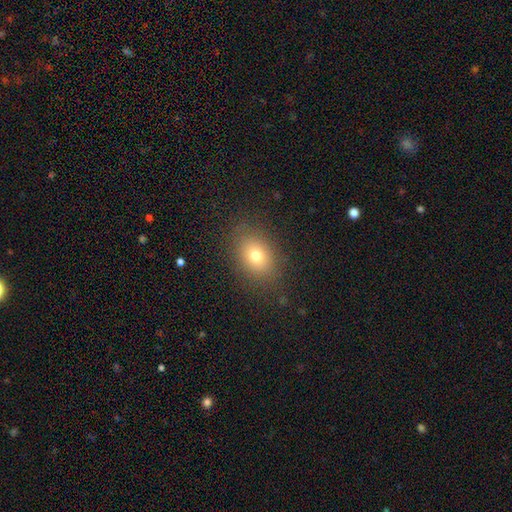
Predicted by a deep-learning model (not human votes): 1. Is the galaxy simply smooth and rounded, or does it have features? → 74% smooth, 13% star or artifact, 12% featured or disk.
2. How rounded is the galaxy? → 64% in between, 35% round, 1% cigar-shaped.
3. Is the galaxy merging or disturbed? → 85% none, 10% minor disturbance, 4% major disturbance, 1% merger.